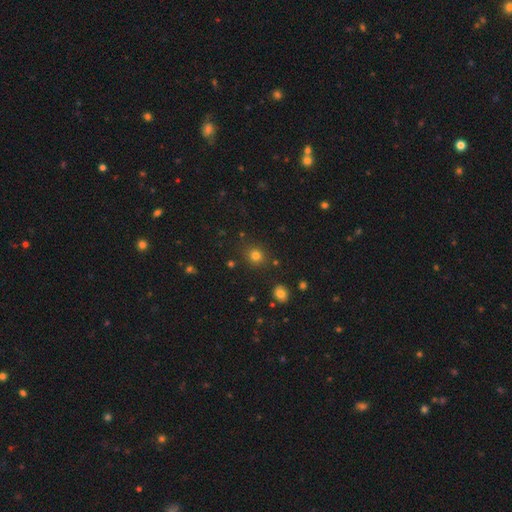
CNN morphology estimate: A smooth galaxy with no disk features (78%) that is round (84%).

Vote fractions:
- Smooth or featured? smooth: 78% / star or artifact: 16% / featured or disk: 6%
- How rounded? round: 84% / in between: 15% / cigar-shaped: 1%
- Merging? none: 85% / minor disturbance: 9% / merger: 3% / major disturbance: 3%